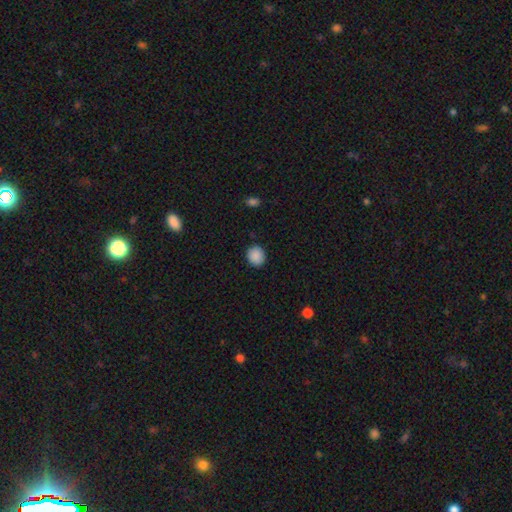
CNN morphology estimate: Smooth or featured?
  - smooth: 89% *
  - star or artifact: 8%
  - featured or disk: 3%
How rounded?
  - round: 77% *
  - in between: 22%
  - cigar-shaped: 1%
Merging?
  - none: 89% *
  - minor disturbance: 8%
  - major disturbance: 2%
  - merger: 1%